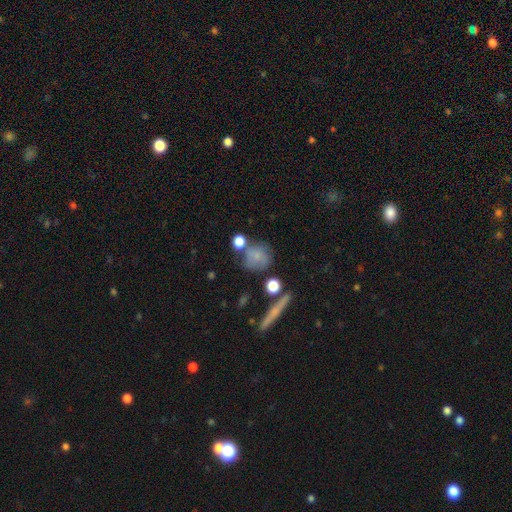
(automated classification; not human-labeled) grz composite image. It shows a smooth galaxy with no disk features (70%) that is round (80%). Merging: none (56%).